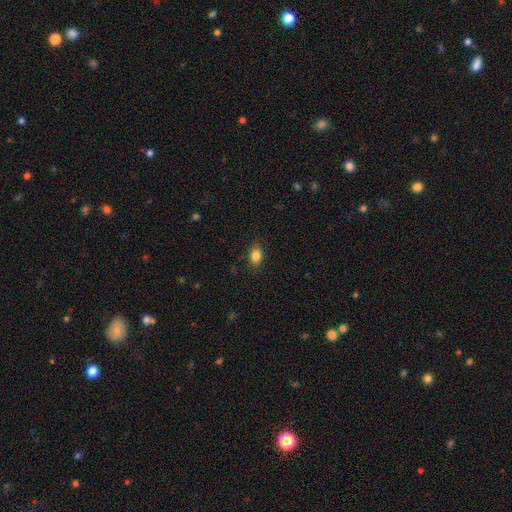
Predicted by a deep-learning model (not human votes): Q: Smooth or featured?
A: smooth (85%); runner-up: star or artifact (10%)
Q: How rounded?
A: in between (74%); runner-up: round (25%)
Q: Merging?
A: none (86%); runner-up: minor disturbance (10%)